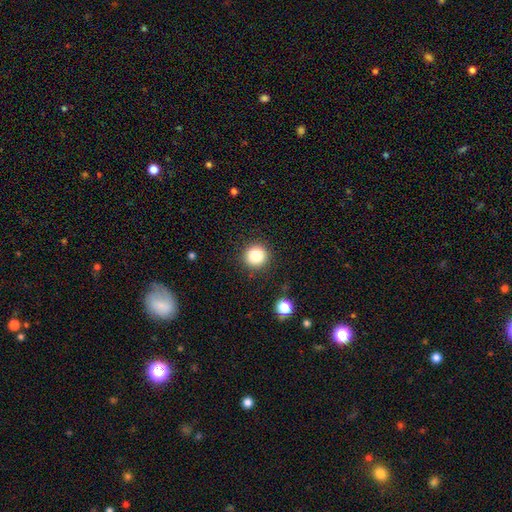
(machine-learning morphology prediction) Q: Smooth or featured?
A: smooth (84%); runner-up: star or artifact (11%)
Q: How rounded?
A: round (94%); runner-up: in between (5%)
Q: Merging?
A: none (90%); runner-up: minor disturbance (6%)